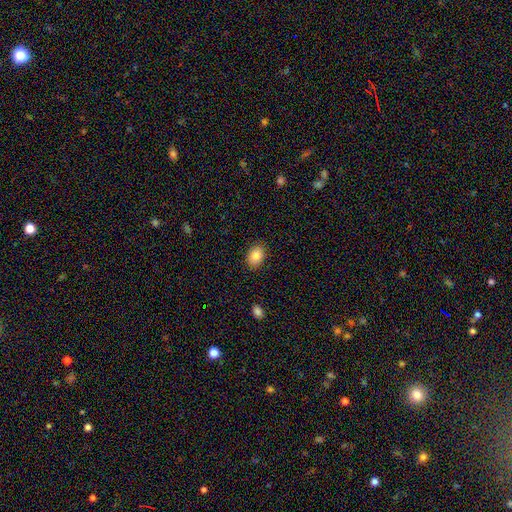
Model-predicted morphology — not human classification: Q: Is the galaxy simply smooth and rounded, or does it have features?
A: smooth — 86%.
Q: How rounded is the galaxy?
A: in between — 74%.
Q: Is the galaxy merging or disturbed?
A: none — 88%.